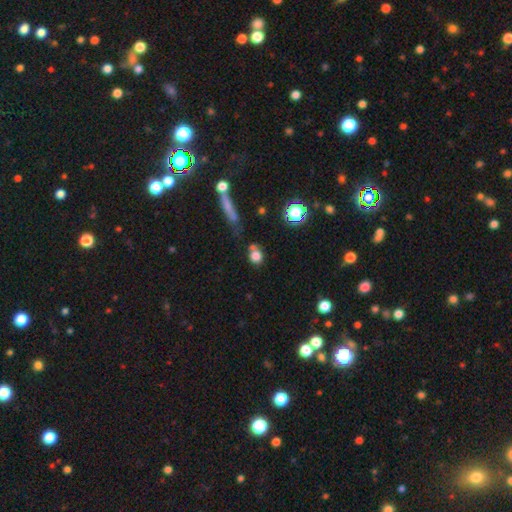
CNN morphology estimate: type=smooth (76%); roundness=round (75%); merging=none (56%).